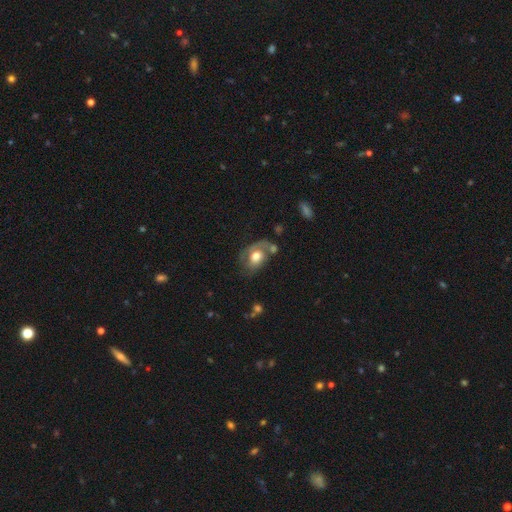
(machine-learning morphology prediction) Smooth or featured?
  - smooth: 46% * (tied)
  - featured or disk: 46% * (tied)
  - star or artifact: 8%
Merging?
  - none: 38% *
  - minor disturbance: 24%
  - major disturbance: 21%
  - merger: 17%